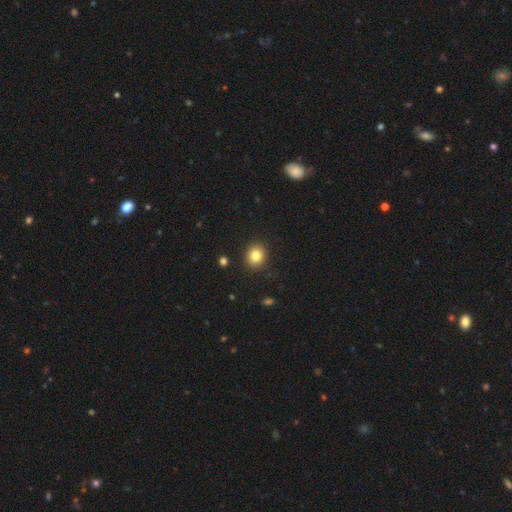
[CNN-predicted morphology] Smooth or featured?
  - smooth: 82% *
  - star or artifact: 11%
  - featured or disk: 7%
How rounded?
  - round: 76% *
  - in between: 23%
  - cigar-shaped: 1%
Merging?
  - none: 91% *
  - minor disturbance: 6%
  - major disturbance: 2%
  - merger: 1%